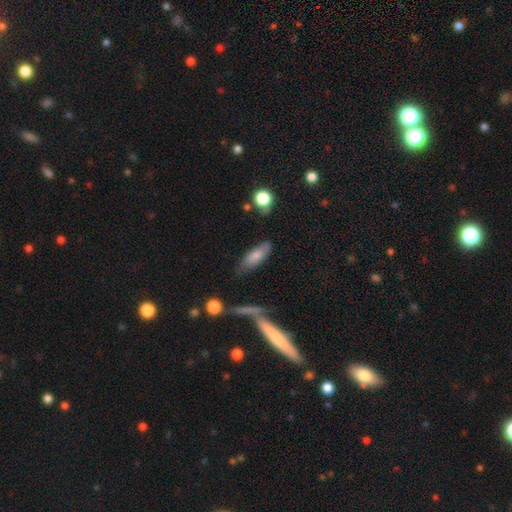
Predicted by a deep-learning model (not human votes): The model was most divided on "how rounded": in between: 60%, cigar-shaped: 38%, round: 2%. More confident: smooth or featured — smooth (75%); merging — none (68%).